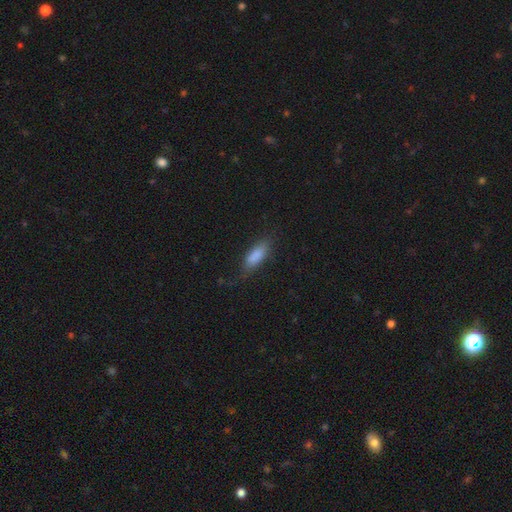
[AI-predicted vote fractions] A smooth galaxy with no disk features (83%) that is in between round and cigar-shaped (66%).

Vote fractions:
- Smooth or featured? smooth: 83% / featured or disk: 10% / star or artifact: 7%
- How rounded? in between: 66% / cigar-shaped: 32% / round: 2%
- Merging? none: 68% / minor disturbance: 22% / major disturbance: 8% / merger: 2%